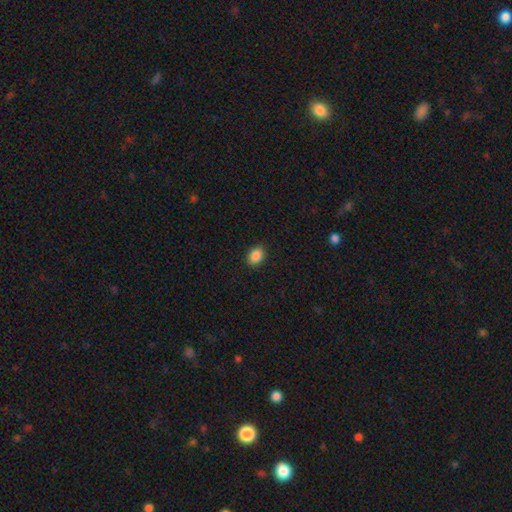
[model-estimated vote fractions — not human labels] Smooth or featured? Predicted: smooth (p=0.88). How rounded? Predicted: in between (p=0.71). Merging? Predicted: none (p=0.89).